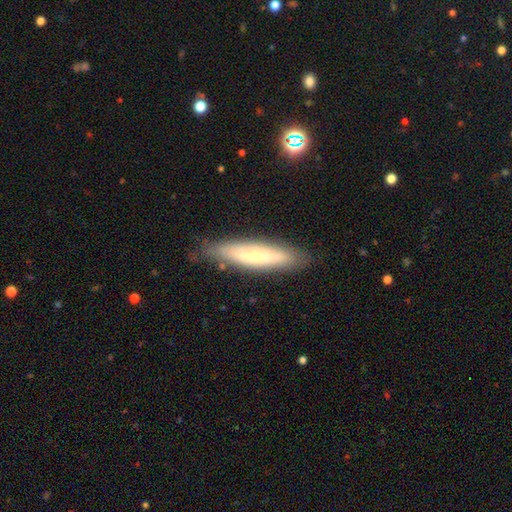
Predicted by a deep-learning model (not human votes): A smooth galaxy with no disk features (47%). Merging: none (81%).